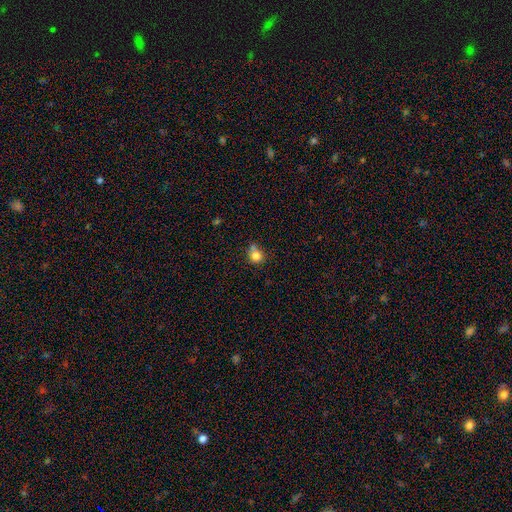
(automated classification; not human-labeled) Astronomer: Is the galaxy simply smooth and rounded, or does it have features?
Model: smooth — 80%.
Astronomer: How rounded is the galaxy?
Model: round — 83%.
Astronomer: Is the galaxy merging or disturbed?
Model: none — 50% (runner-up: merger, 28%).